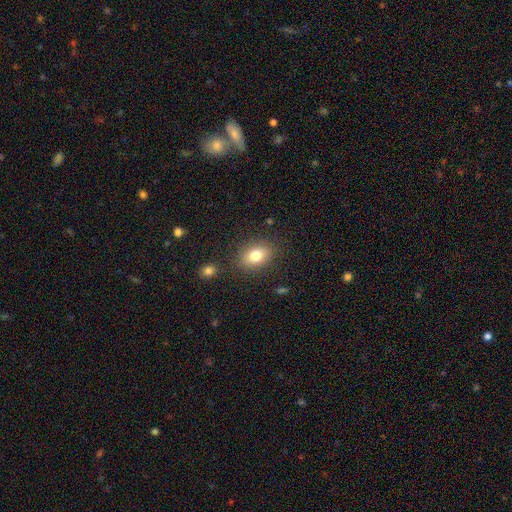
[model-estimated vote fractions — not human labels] Smooth or featured?
  - smooth: 79% *
  - featured or disk: 11%
  - star or artifact: 10%
How rounded?
  - in between: 76% *
  - round: 23%
  - cigar-shaped: 2%
Merging?
  - none: 83% *
  - minor disturbance: 11%
  - major disturbance: 4%
  - merger: 3%